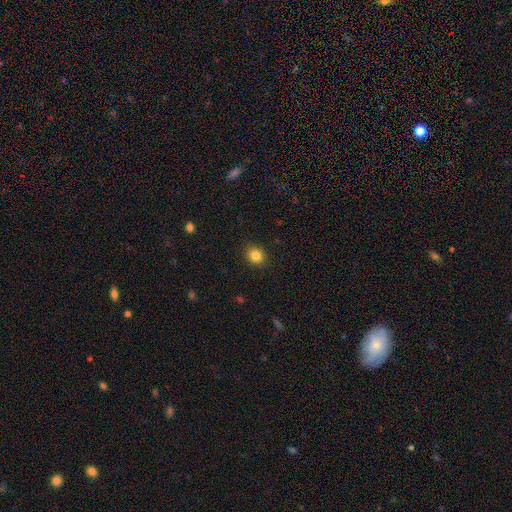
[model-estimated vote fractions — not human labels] smooth-or-featured: smooth: 84% | star or artifact: 11% | featured or disk: 5%
  how-rounded: round: 75% | in between: 24% | cigar-shaped: 1%
  merging: none: 90% | minor disturbance: 7% | major disturbance: 2% | merger: 1%